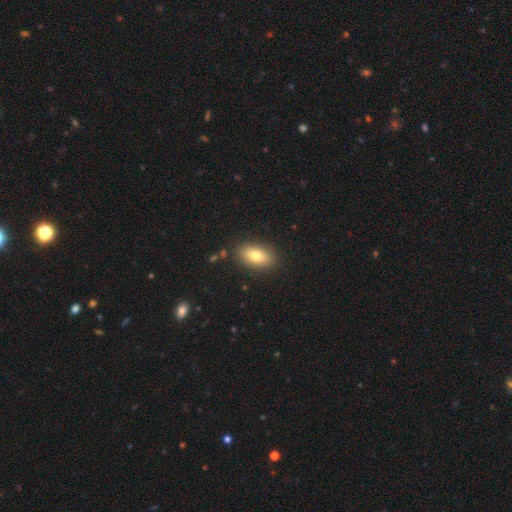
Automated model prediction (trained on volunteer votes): Smooth or featured?
  - smooth: 81% *
  - featured or disk: 12%
  - star or artifact: 8%
How rounded?
  - in between: 90% *
  - cigar-shaped: 5%
  - round: 5%
Merging?
  - none: 87% *
  - minor disturbance: 9%
  - major disturbance: 2%
  - merger: 2%